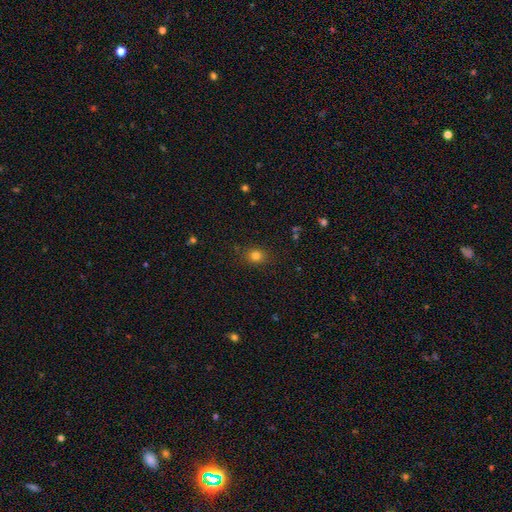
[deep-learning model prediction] Smooth or featured? smooth (79%)
How rounded? round (66%)
Merging? none (84%)